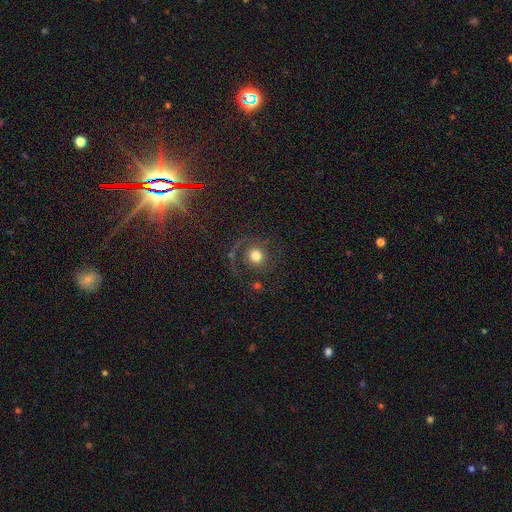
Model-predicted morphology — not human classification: A featured or disk galaxy (50%).

Vote fractions:
- Smooth or featured? featured or disk: 50% / smooth: 38% / star or artifact: 12%
- Merging? none: 67% / major disturbance: 16% / minor disturbance: 13% / merger: 4%